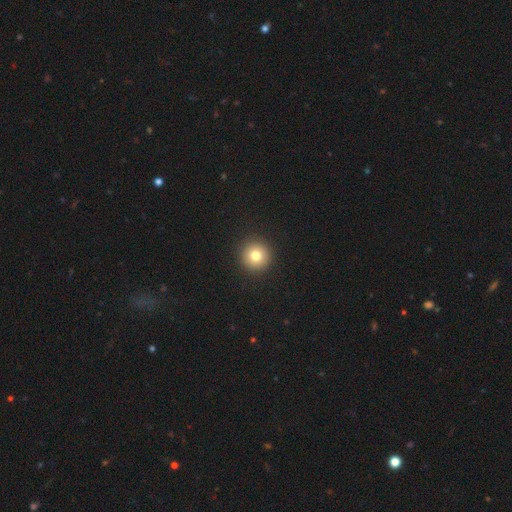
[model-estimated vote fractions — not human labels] Q: Smooth or featured?
A: smooth (79%); runner-up: star or artifact (12%)
Q: How rounded?
A: round (96%); runner-up: in between (3%)
Q: Merging?
A: none (93%); runner-up: minor disturbance (4%)